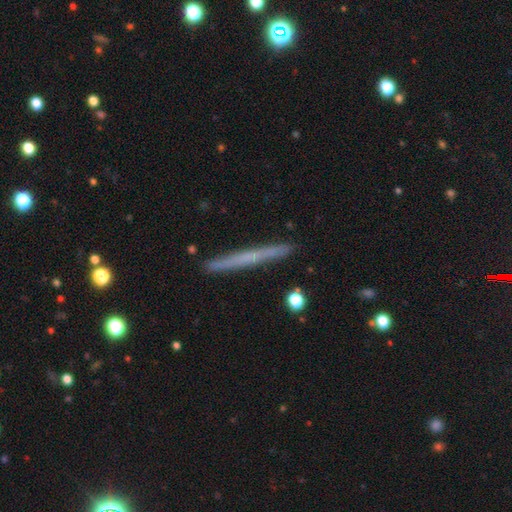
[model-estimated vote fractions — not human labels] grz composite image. It shows a featured or disk galaxy (46%). Merging: none (88%).